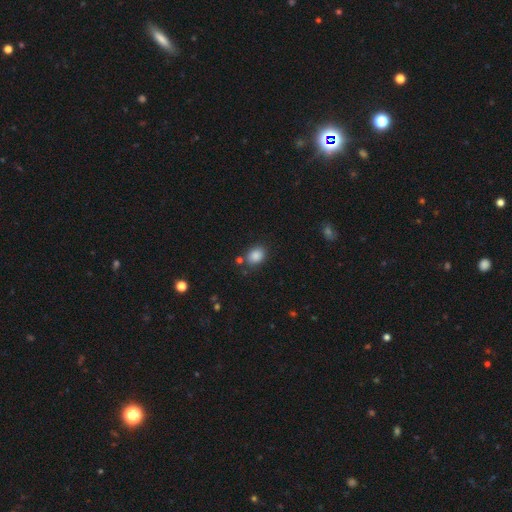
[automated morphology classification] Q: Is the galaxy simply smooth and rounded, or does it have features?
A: smooth — 86%.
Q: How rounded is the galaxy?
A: in between — 61%.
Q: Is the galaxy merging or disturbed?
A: none — 77%.